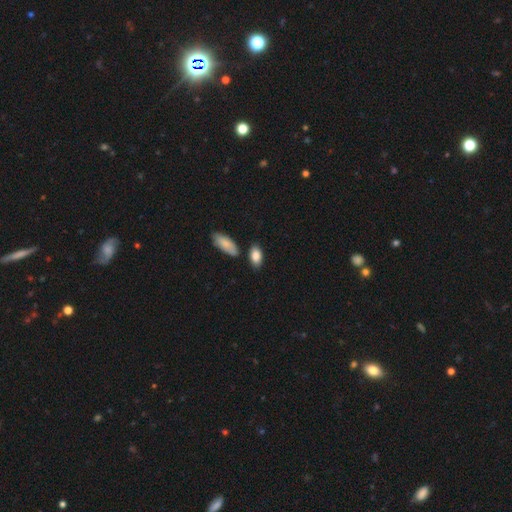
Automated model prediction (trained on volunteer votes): smooth-or-featured: smooth: 86% | featured or disk: 7% | star or artifact: 7%
  how-rounded: in between: 91% | round: 5% | cigar-shaped: 4%
  merging: none: 73% | minor disturbance: 15% | merger: 8% | major disturbance: 3%